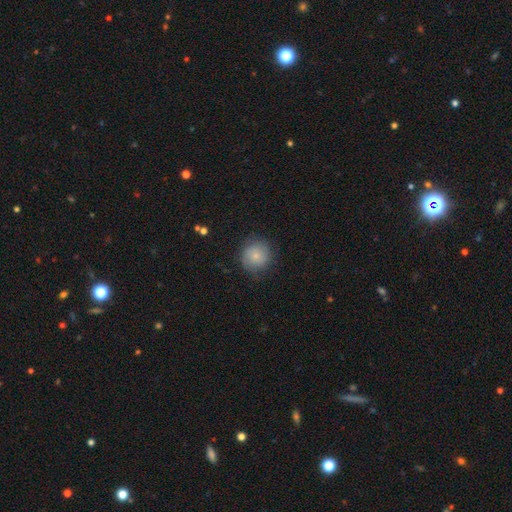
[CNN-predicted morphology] Smooth or featured?
  - smooth: 77% *
  - featured or disk: 15%
  - star or artifact: 8%
How rounded?
  - round: 92% *
  - in between: 7%
  - cigar-shaped: 1%
Merging?
  - none: 79% *
  - minor disturbance: 15%
  - major disturbance: 5%
  - merger: 1%